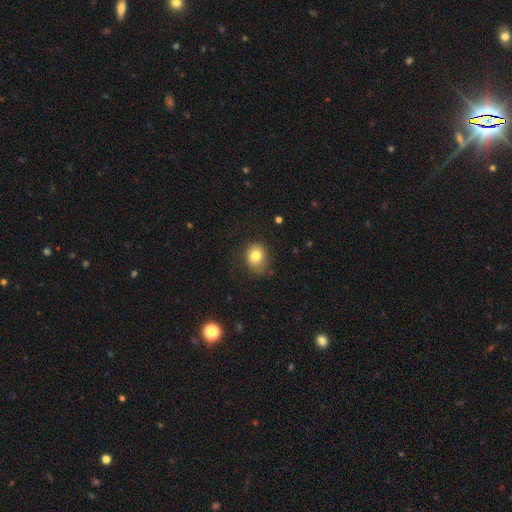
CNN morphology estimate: Q: Smooth or featured?
A: smooth (79%); runner-up: star or artifact (11%)
Q: How rounded?
A: round (56%); runner-up: in between (43%)
Q: Merging?
A: none (67%); runner-up: minor disturbance (24%)